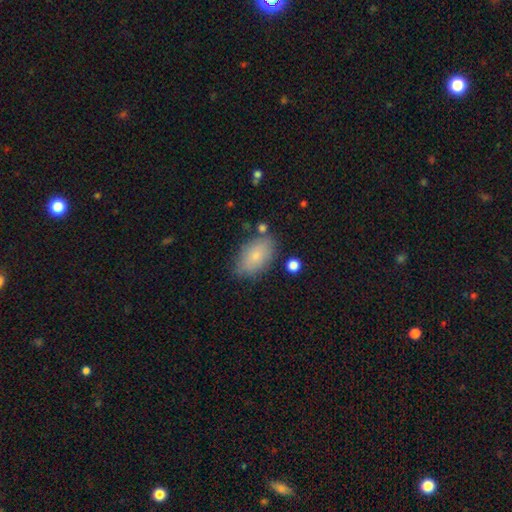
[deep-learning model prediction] Morphology: type=smooth (81%); roundness=in between (91%); merging=none (76%).